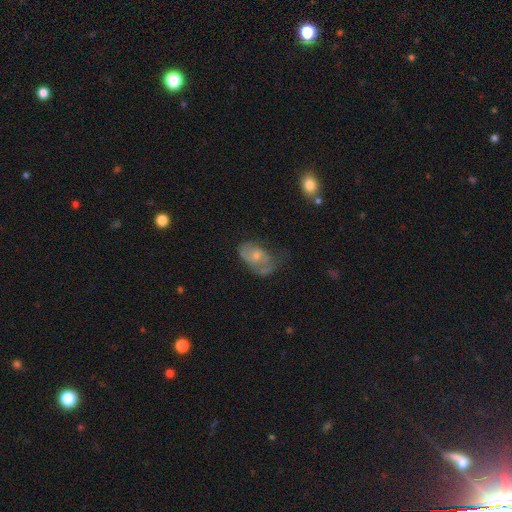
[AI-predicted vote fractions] smooth 50%, featured or disk 43%, star or artifact 8%. Down the decision tree: merging — minor disturbance (34%).